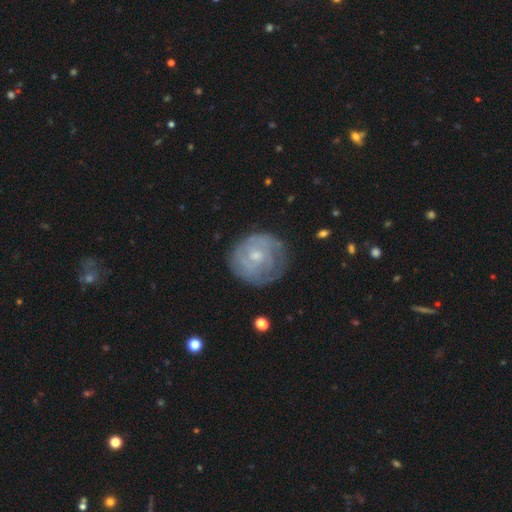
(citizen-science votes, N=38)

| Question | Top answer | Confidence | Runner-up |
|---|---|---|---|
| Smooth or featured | featured or disk | 82% | smooth (11%) |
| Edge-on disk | no | 97% | yes (3%) |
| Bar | no | 70% | weak (27%) |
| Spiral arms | yes | 97% | no (3%) |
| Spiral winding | tight | 76% | medium (17%) |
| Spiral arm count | can't tell | 45% | 3 (28%) |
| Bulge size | small | 67% | moderate (27%) |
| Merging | none | 66% | minor disturbance (34%) |